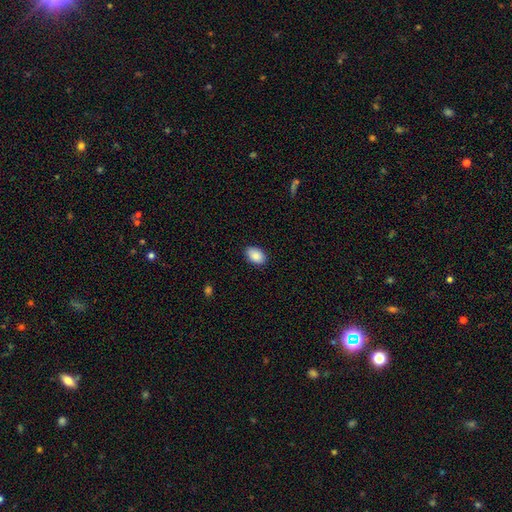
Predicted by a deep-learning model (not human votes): Smooth or featured: smooth — 89% (star or artifact — 7%)
How rounded: in between — 87% (round — 12%)
Merging: none — 87% (minor disturbance — 10%)